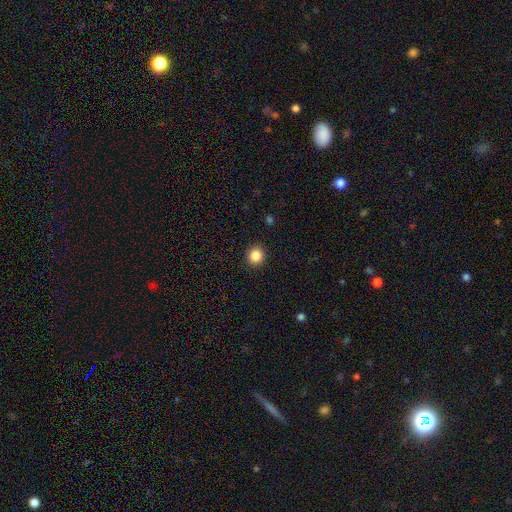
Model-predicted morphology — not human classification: This is clearly a smooth galaxy (86%). How rounded: clearly round (92%). Merging: clearly none (92%).